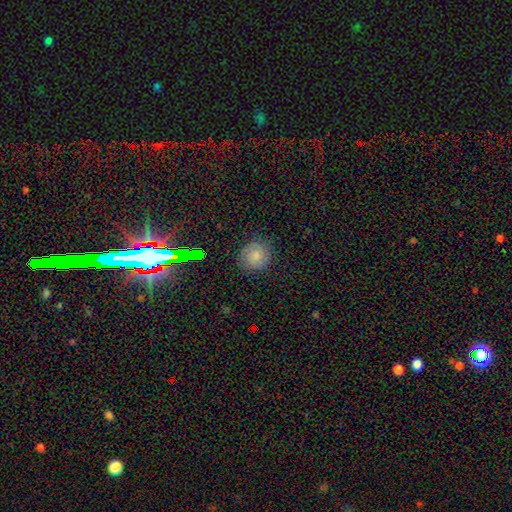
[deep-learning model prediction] This is likely a smooth galaxy (70%). How rounded: clearly round (86%). Merging: clearly none (84%).